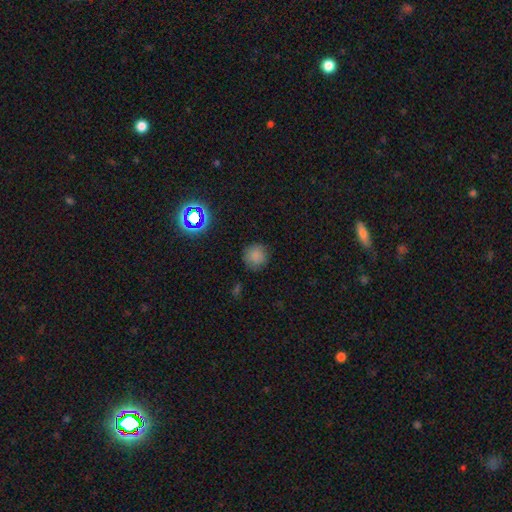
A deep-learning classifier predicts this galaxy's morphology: smooth_or_featured: smooth (p=0.79) [alt: star or artifact p=0.16]
how_rounded: round (p=0.93) [alt: in between p=0.06]
merging: none (p=0.85) [alt: minor disturbance p=0.11]